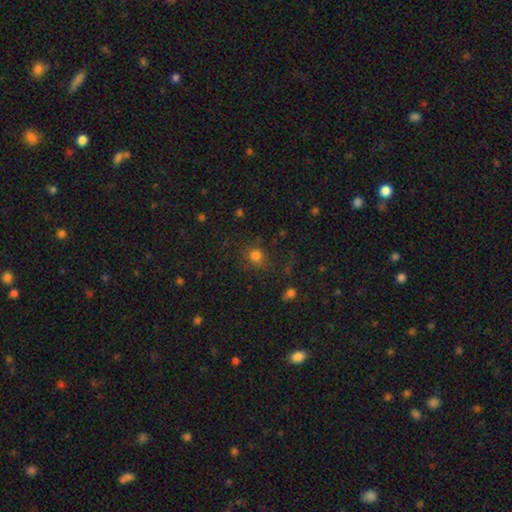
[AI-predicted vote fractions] Smooth or featured? smooth (78%)
How rounded? round (82%)
Merging? none (77%)